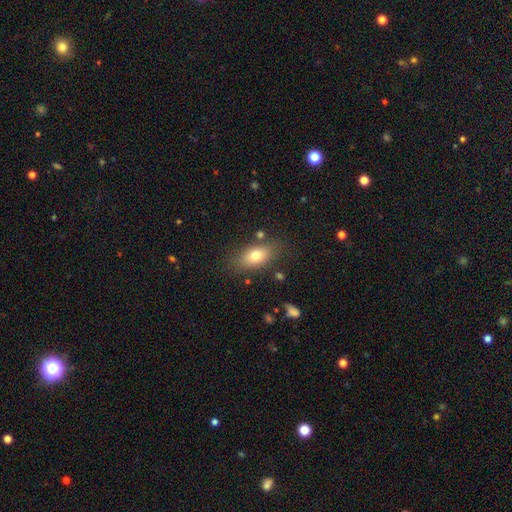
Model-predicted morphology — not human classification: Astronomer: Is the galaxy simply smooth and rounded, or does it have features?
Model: smooth — 74%.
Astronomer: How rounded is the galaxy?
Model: in between — 83%.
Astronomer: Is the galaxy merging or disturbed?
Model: none — 78%.